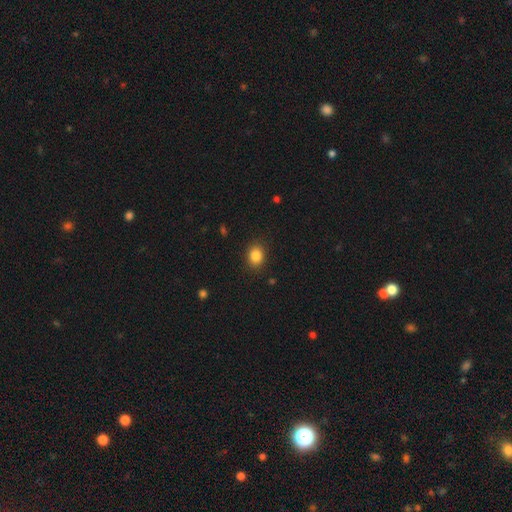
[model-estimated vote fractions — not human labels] This is clearly a smooth galaxy (85%). How rounded: possibly round (50%). Merging: clearly none (88%).